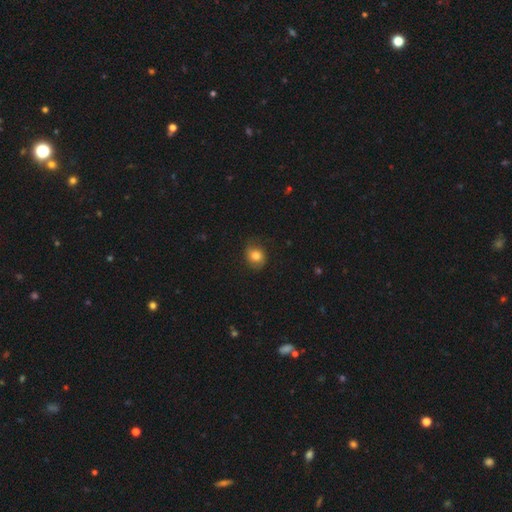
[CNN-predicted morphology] smooth-or-featured: smooth: 78% | featured or disk: 13% | star or artifact: 9%
  how-rounded: round: 68% | in between: 31% | cigar-shaped: 1%
  merging: none: 77% | minor disturbance: 17% | major disturbance: 5% | merger: 1%